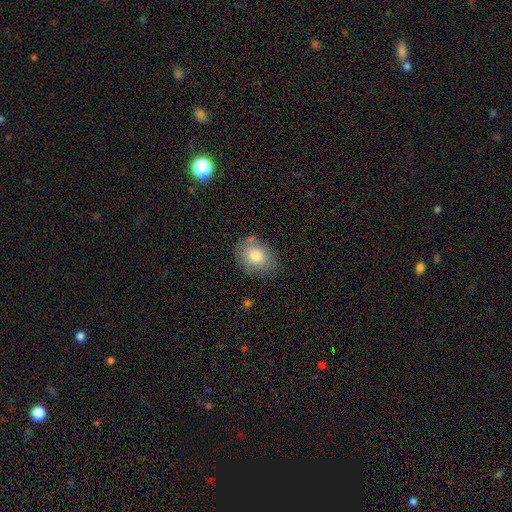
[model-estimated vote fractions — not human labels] Smooth or featured? Predicted: smooth (p=0.78). How rounded? Predicted: in between (p=0.58). Merging? Predicted: none (p=0.75).